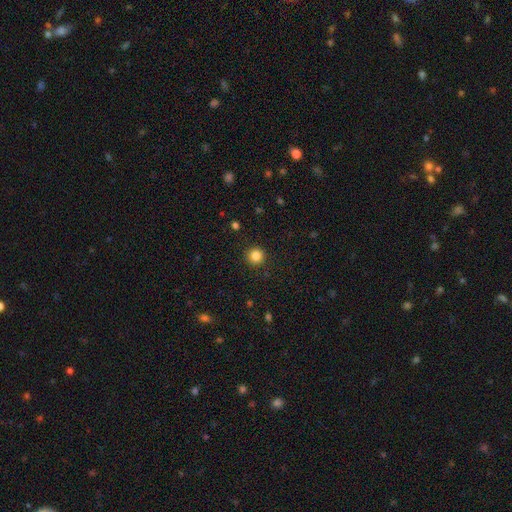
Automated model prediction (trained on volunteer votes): A smooth galaxy with no disk features (84%) that is round (95%).

Vote fractions:
- Smooth or featured? smooth: 84% / star or artifact: 12% / featured or disk: 4%
- How rounded? round: 95% / in between: 4% / cigar-shaped: 1%
- Merging? none: 92% / minor disturbance: 5% / major disturbance: 2% / merger: 1%